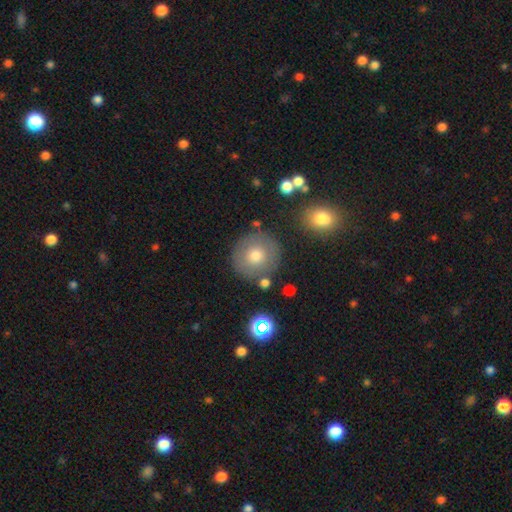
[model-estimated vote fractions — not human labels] Smooth or featured?
  - smooth: 69% *
  - featured or disk: 21%
  - star or artifact: 11%
How rounded?
  - round: 92% *
  - in between: 7%
  - cigar-shaped: 1%
Merging?
  - none: 81% *
  - minor disturbance: 11%
  - merger: 4%
  - major disturbance: 4%